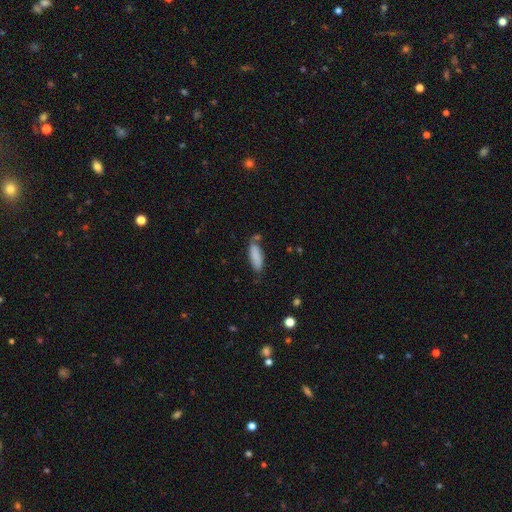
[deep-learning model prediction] A smooth galaxy with no disk features (86%) that is in between round and cigar-shaped (65%).

Vote fractions:
- Smooth or featured? smooth: 86% / featured or disk: 8% / star or artifact: 6%
- How rounded? in between: 65% / cigar-shaped: 33% / round: 2%
- Merging? none: 65% / minor disturbance: 21% / merger: 9% / major disturbance: 5%